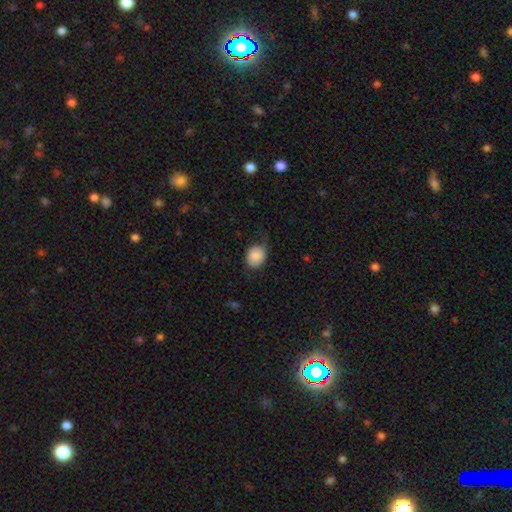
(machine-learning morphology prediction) Smooth or featured? smooth (80%)
How rounded? round (53%)
Merging? none (56%)